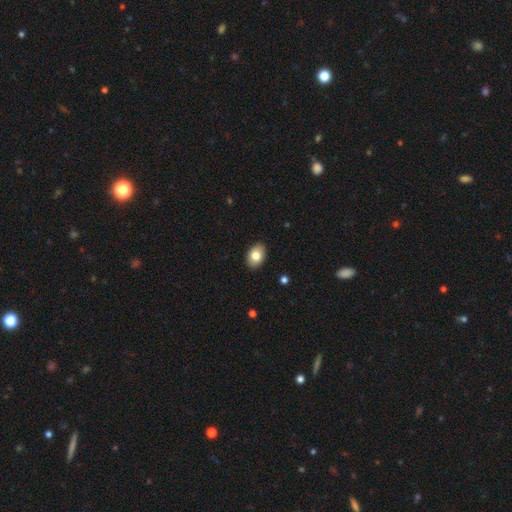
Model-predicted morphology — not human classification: Q: Smooth or featured?
A: smooth (81%); runner-up: featured or disk (12%)
Q: How rounded?
A: in between (84%); runner-up: round (15%)
Q: Merging?
A: none (89%); runner-up: minor disturbance (9%)